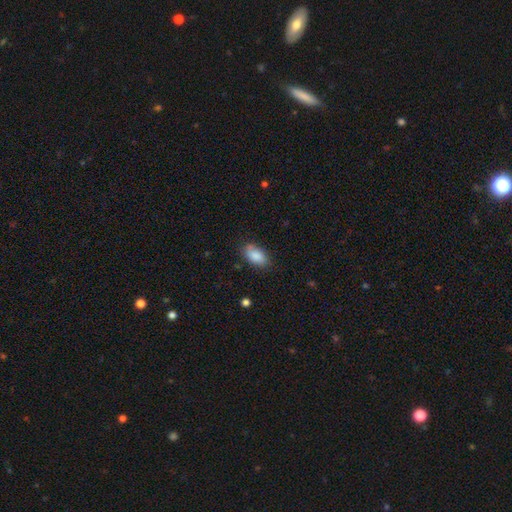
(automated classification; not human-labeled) A smooth galaxy with no disk features (86%) that is in between round and cigar-shaped (92%).

Vote fractions:
- Smooth or featured? smooth: 86% / featured or disk: 7% / star or artifact: 7%
- How rounded? in between: 92% / round: 5% / cigar-shaped: 3%
- Merging? none: 75% / minor disturbance: 19% / major disturbance: 4% / merger: 2%